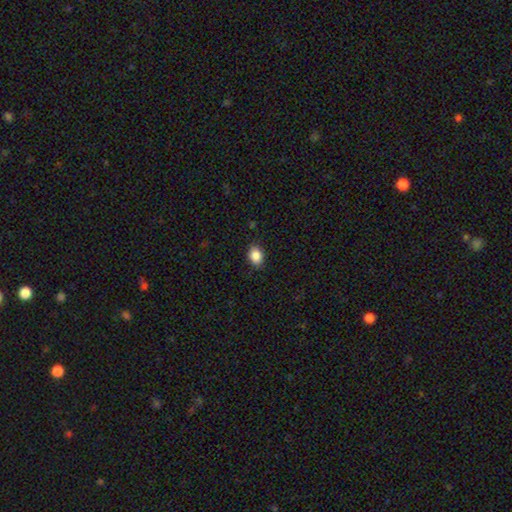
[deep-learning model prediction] Smooth or featured? Predicted: smooth (p=0.86). How rounded? Predicted: in between (p=0.63). Merging? Predicted: none (p=0.86).